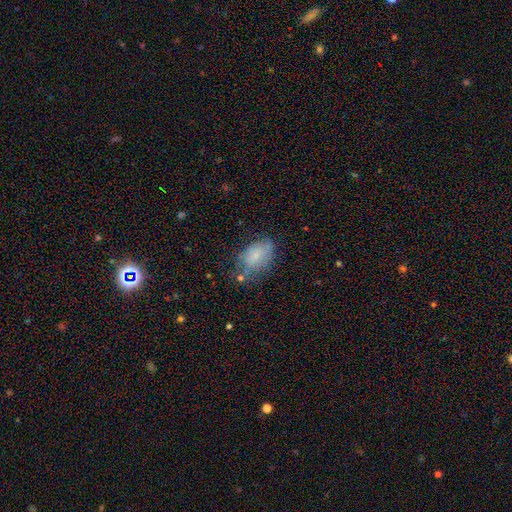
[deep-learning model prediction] Overall: smooth (71%). How rounded: in between (90%). Merging: none (48%; minor disturbance 33%).